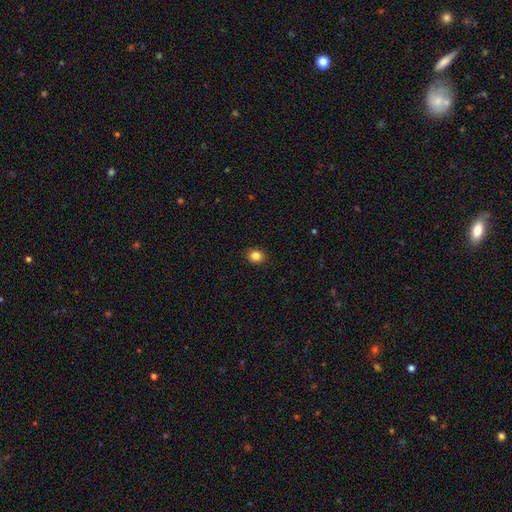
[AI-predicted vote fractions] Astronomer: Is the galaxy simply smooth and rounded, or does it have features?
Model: smooth — 85%.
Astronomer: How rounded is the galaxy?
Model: round — 60% (runner-up: in between, 39%).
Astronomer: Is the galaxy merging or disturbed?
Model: none — 90%.